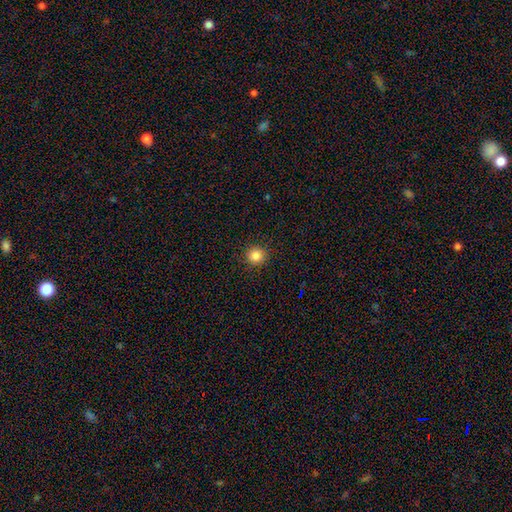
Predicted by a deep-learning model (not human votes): Overall: smooth (85%). How rounded: round (92%). Merging: none (91%).